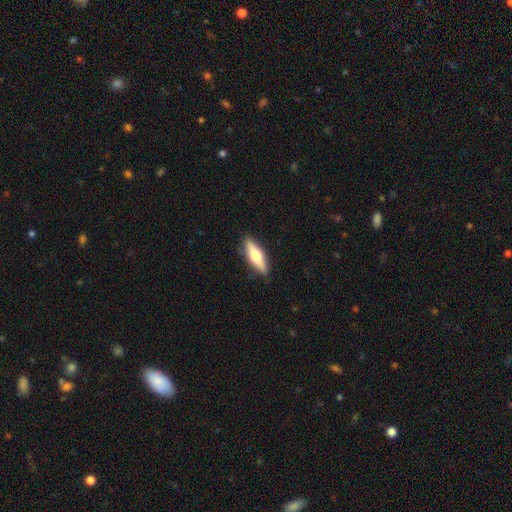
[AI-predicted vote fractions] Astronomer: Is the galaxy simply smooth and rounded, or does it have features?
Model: smooth — 48% (runner-up: featured or disk, 46%).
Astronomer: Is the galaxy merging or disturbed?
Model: none — 88%.